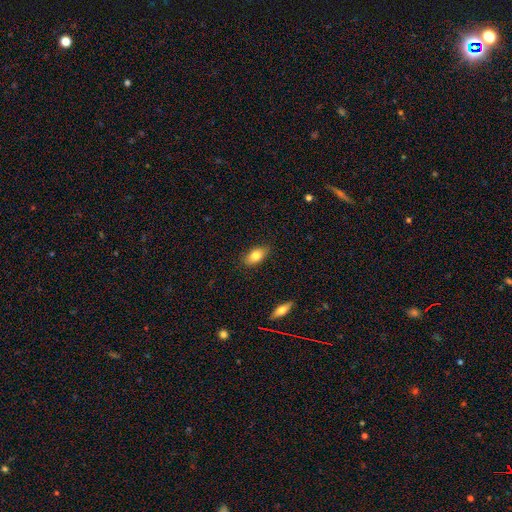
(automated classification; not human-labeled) smooth-or-featured: smooth: 80% | featured or disk: 12% | star or artifact: 7%
  how-rounded: in between: 88% | cigar-shaped: 6% | round: 6%
  merging: none: 85% | minor disturbance: 12% | major disturbance: 2% | merger: 1%